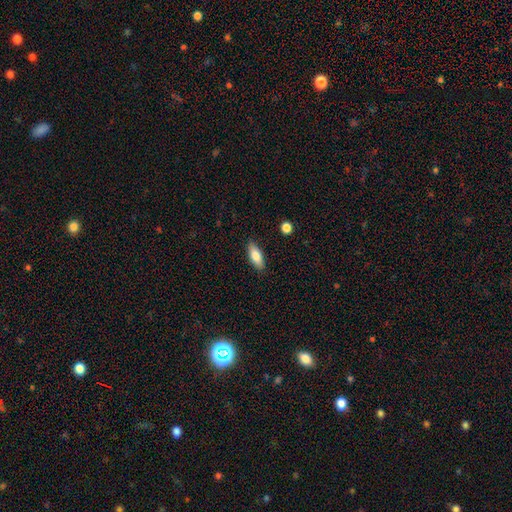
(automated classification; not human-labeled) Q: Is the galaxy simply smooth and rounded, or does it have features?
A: smooth — 80%.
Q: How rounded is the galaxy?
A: in between — 72%.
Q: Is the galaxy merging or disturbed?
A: none — 88%.